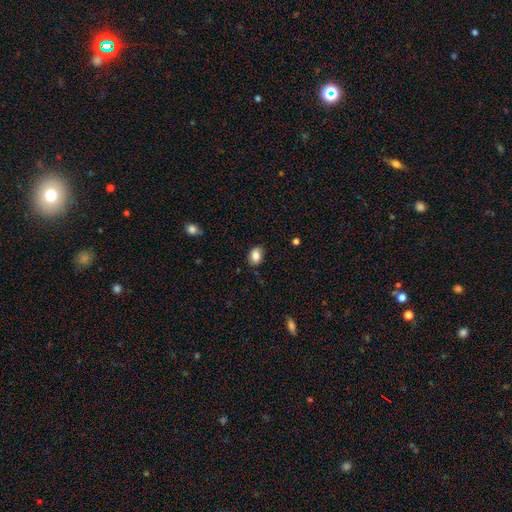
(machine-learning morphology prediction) A smooth galaxy with no disk features (84%) that is in between round and cigar-shaped (71%). Merging: none (82%).